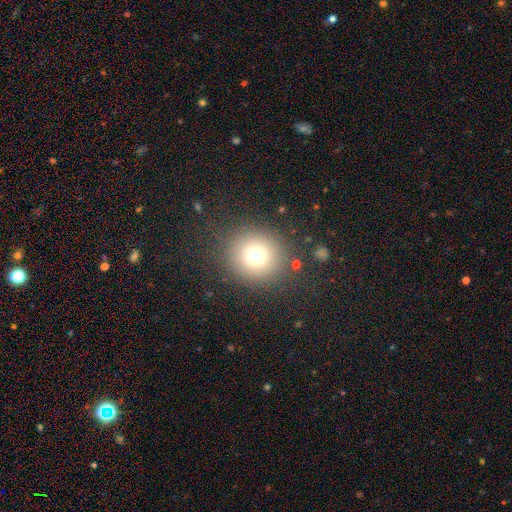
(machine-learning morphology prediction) Overall: smooth (74%). How rounded: round (89%). Merging: none (86%).